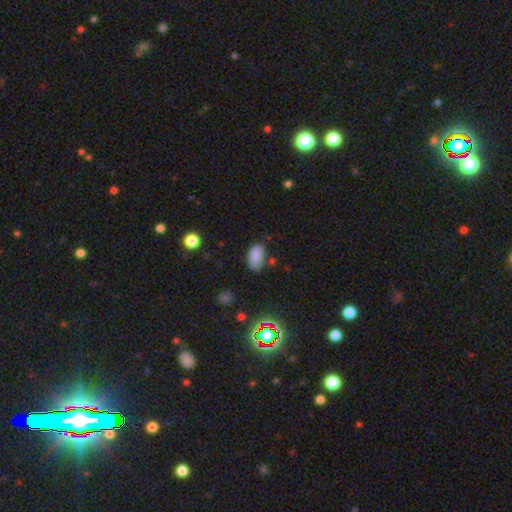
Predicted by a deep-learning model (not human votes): Smooth or featured?
  - smooth: 83% *
  - star or artifact: 12%
  - featured or disk: 6%
How rounded?
  - in between: 93% *
  - round: 5%
  - cigar-shaped: 2%
Merging?
  - none: 67% *
  - minor disturbance: 23%
  - major disturbance: 6%
  - merger: 4%